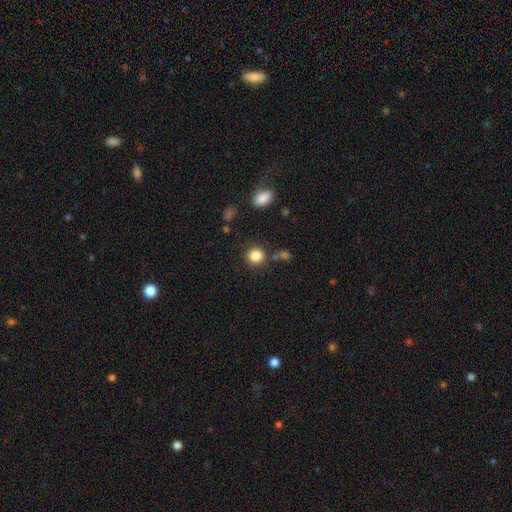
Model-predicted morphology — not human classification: A smooth galaxy with no disk features (85%) that is round (84%). Merging: none (82%).